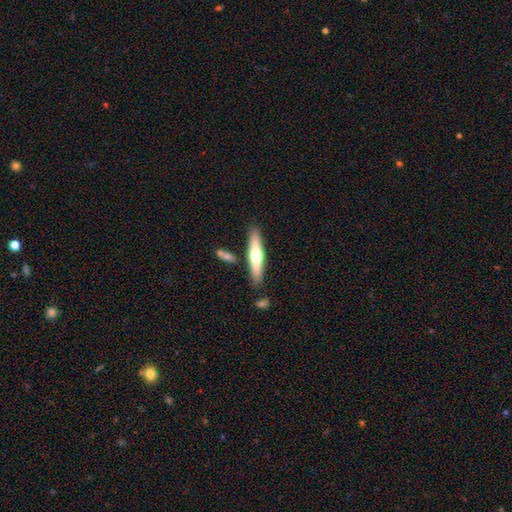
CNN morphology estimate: A featured or disk galaxy (48%).

Vote fractions:
- Smooth or featured? featured or disk: 48% / smooth: 46% / star or artifact: 5%
- Merging? none: 83% / minor disturbance: 10% / merger: 4% / major disturbance: 2%